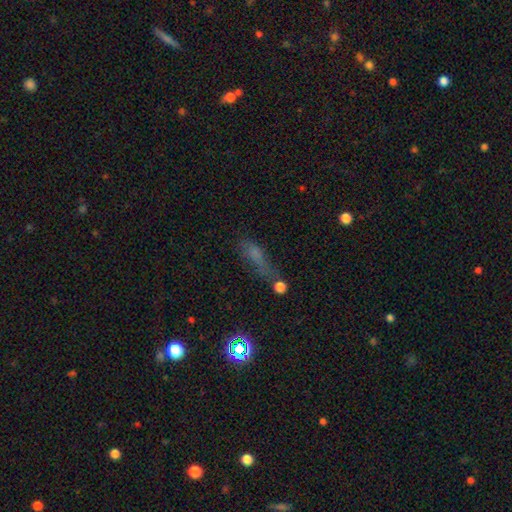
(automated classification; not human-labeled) Overall: smooth (52%; star or artifact 26%). How rounded: cigar-shaped (50%; in between 42%). Merging: none (48%; minor disturbance 23%).